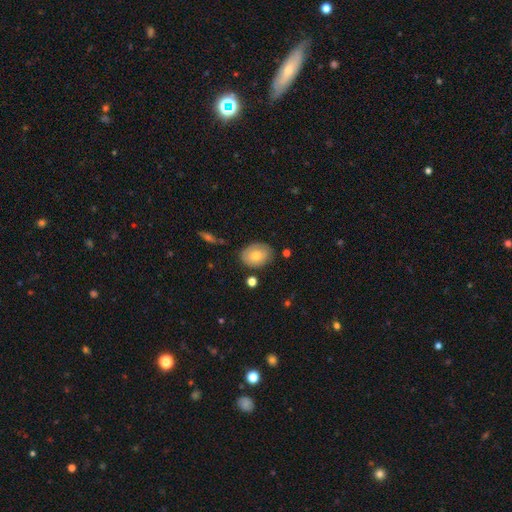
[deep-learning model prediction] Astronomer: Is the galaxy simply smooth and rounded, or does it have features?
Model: smooth — 70%.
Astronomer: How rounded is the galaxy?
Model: in between — 68%.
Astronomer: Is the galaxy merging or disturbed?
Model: none — 77%.